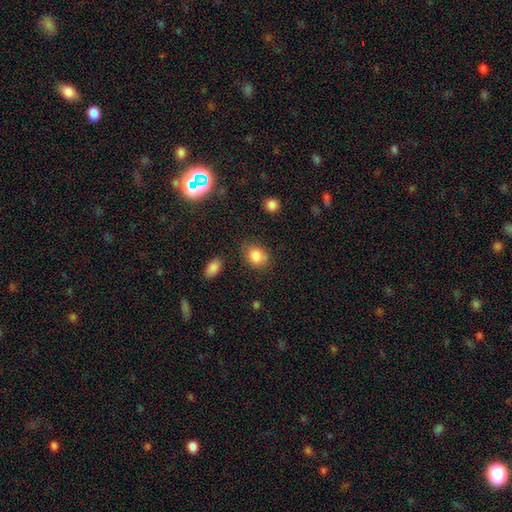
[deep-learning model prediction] This appears to be a smooth galaxy with no disk features (83%) that is in between round and cigar-shaped (54%). Merging: none (72%).